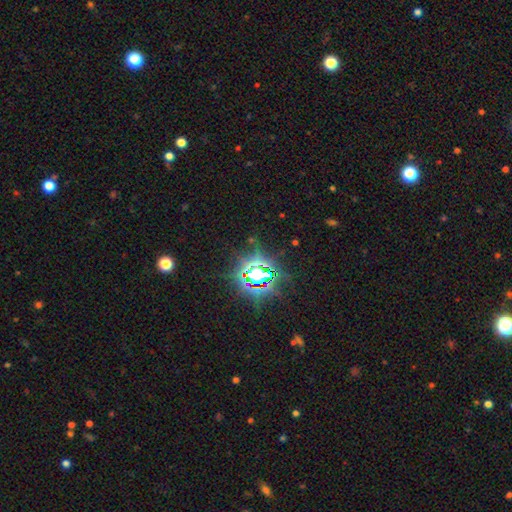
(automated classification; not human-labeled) Smooth or featured: star or artifact — 82% (smooth — 11%)